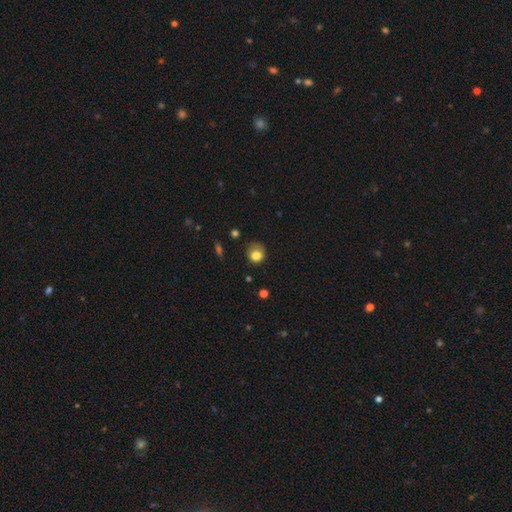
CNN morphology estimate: smooth 79%, featured or disk 11%, star or artifact 10%. Down the decision tree: how rounded — round (74%); merging — none (49%).